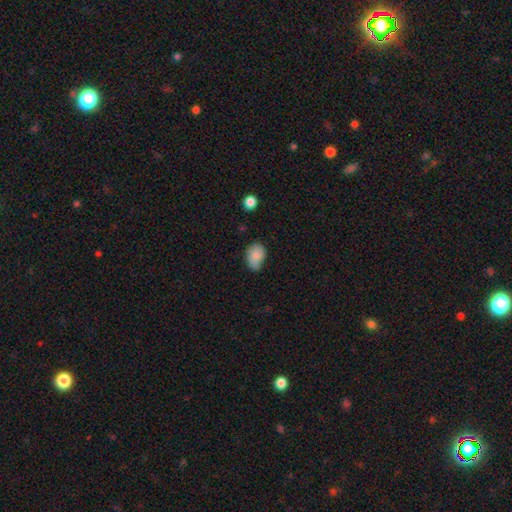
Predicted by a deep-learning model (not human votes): Smooth or featured? smooth (82%)
How rounded? in between (73%)
Merging? none (51%)